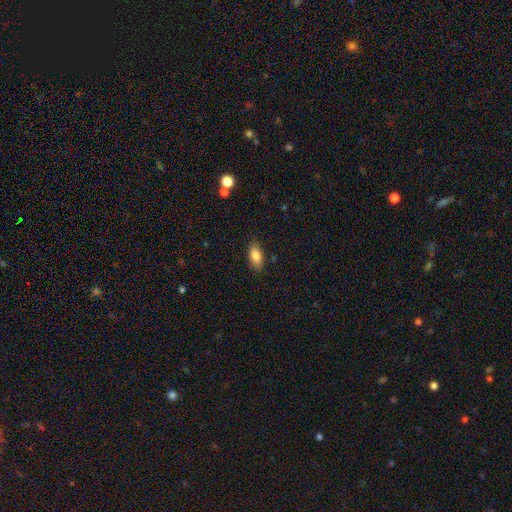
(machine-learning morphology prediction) Q: Smooth or featured?
A: smooth (84%); runner-up: featured or disk (9%)
Q: How rounded?
A: in between (88%); runner-up: cigar-shaped (8%)
Q: Merging?
A: none (85%); runner-up: minor disturbance (12%)